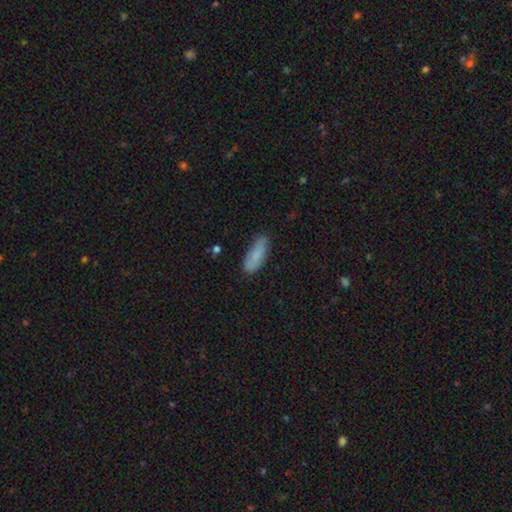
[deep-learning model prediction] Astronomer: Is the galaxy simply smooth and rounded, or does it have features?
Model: smooth — 85%.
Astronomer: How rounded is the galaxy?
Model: in between — 65%.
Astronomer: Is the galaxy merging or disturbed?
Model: none — 78%.